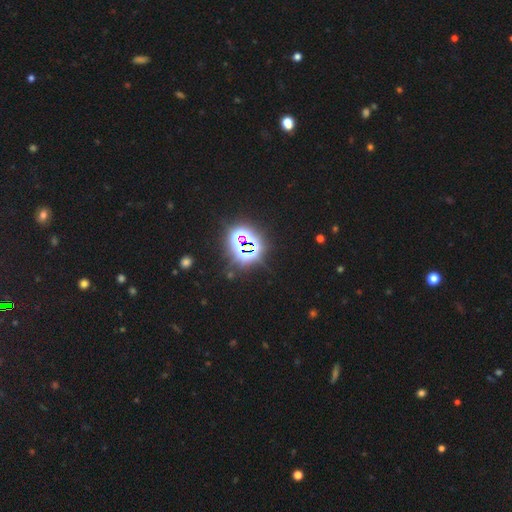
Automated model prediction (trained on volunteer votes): Smooth or featured: star or artifact — 82% (smooth — 12%)